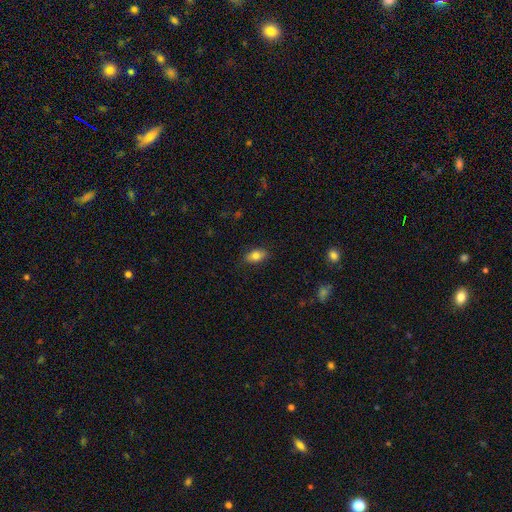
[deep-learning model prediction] smooth 80%, featured or disk 12%, star or artifact 8%. Down the decision tree: how rounded — in between (90%); merging — none (86%).